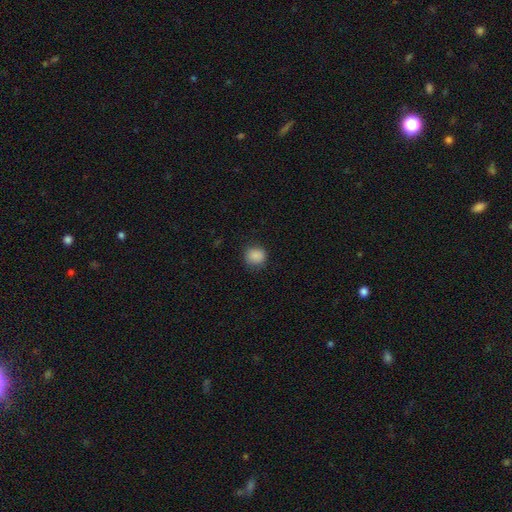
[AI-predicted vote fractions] Q: Smooth or featured?
A: smooth (87%); runner-up: star or artifact (9%)
Q: How rounded?
A: round (84%); runner-up: in between (15%)
Q: Merging?
A: none (85%); runner-up: minor disturbance (11%)